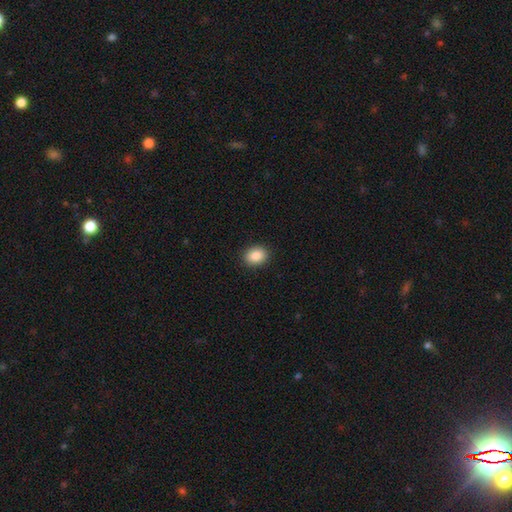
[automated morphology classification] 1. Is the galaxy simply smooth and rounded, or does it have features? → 88% smooth, 8% star or artifact, 4% featured or disk.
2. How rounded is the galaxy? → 55% in between, 44% round, 1% cigar-shaped.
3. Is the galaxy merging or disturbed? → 91% none, 6% minor disturbance, 2% major disturbance, 1% merger.